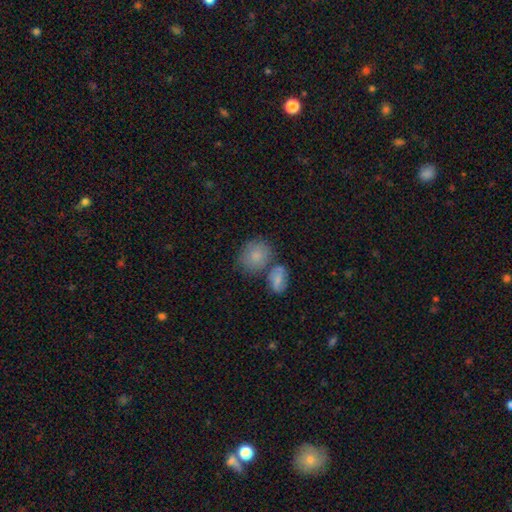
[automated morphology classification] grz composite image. It shows a smooth galaxy with no disk features (80%) that is round (53%). Merging: none (52%).